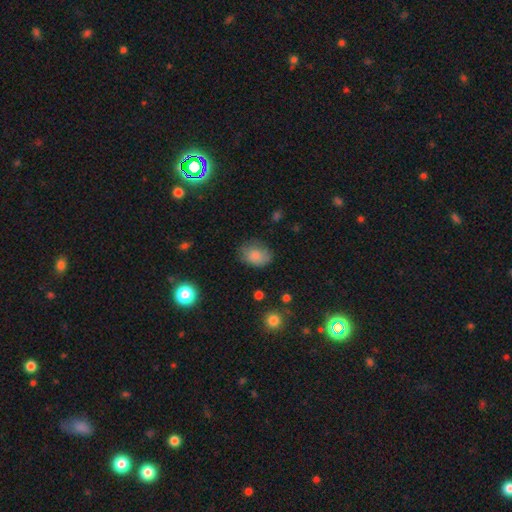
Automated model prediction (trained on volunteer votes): Q: Smooth or featured?
A: smooth (83%); runner-up: star or artifact (9%)
Q: How rounded?
A: in between (69%); runner-up: round (30%)
Q: Merging?
A: none (68%); runner-up: minor disturbance (23%)